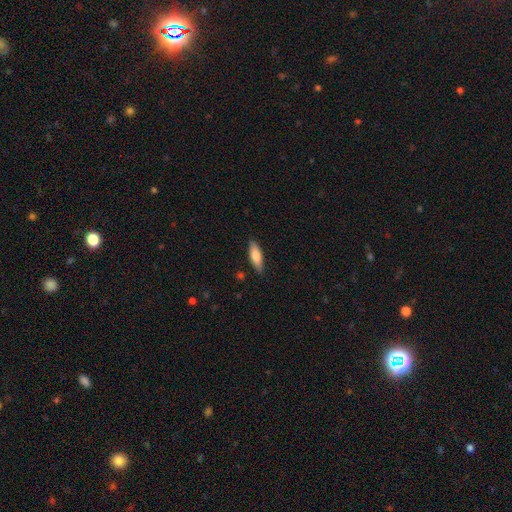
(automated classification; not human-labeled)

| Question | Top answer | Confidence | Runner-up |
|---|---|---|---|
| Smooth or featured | smooth | 74% | featured or disk (20%) |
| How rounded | in between | 51% | cigar-shaped (48%) |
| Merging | none | 86% | minor disturbance (11%) |